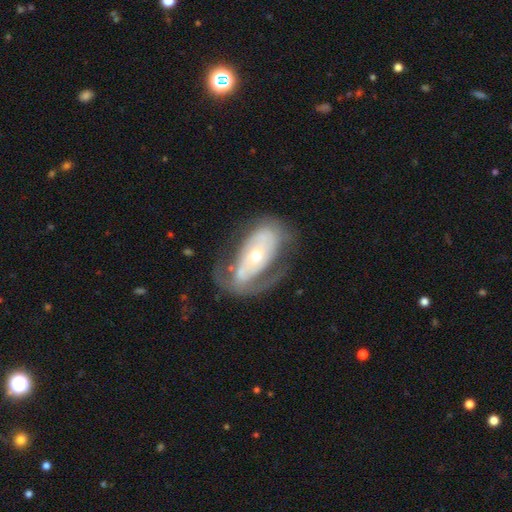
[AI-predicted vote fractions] A featured or disk galaxy (72%) with no bar (64%), spiral arms (58%) and a small central bulge (49%).

Vote fractions:
- Smooth or featured? featured or disk: 72% / smooth: 22% / star or artifact: 6%
- Edge-on disk? no: 91% / yes: 9%
- Bar? no: 64% / weak: 19% / strong: 17%
- Spiral arms? yes: 58% / no: 42%
- Bulge size? small: 49% / moderate: 46% / large: 4% / dominant: 1% / none: 1%
- Merging? none: 42% / major disturbance: 31% / minor disturbance: 22% / merger: 6%